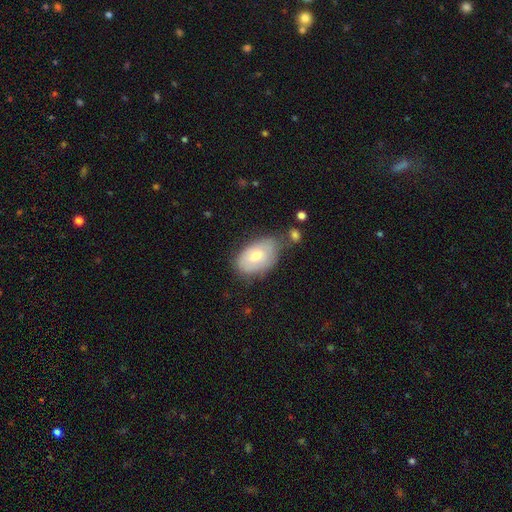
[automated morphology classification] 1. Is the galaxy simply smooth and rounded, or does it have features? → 62% smooth, 31% featured or disk, 7% star or artifact.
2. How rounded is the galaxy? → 90% in between, 9% round, 1% cigar-shaped.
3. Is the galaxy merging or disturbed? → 56% none, 28% minor disturbance, 8% major disturbance, 8% merger.